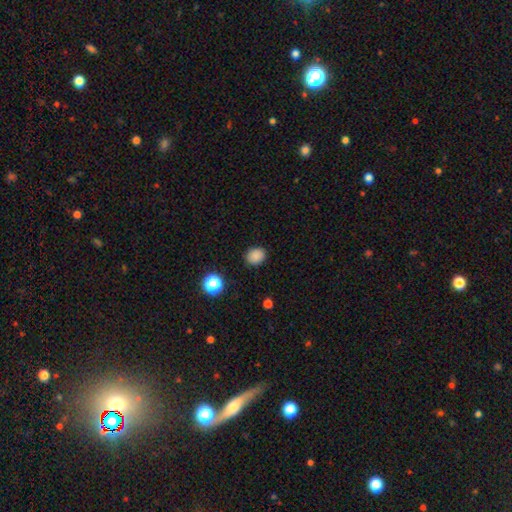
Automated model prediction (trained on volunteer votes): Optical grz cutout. It shows a smooth galaxy with no disk features (85%) that is round (64%). Merging: none (88%).